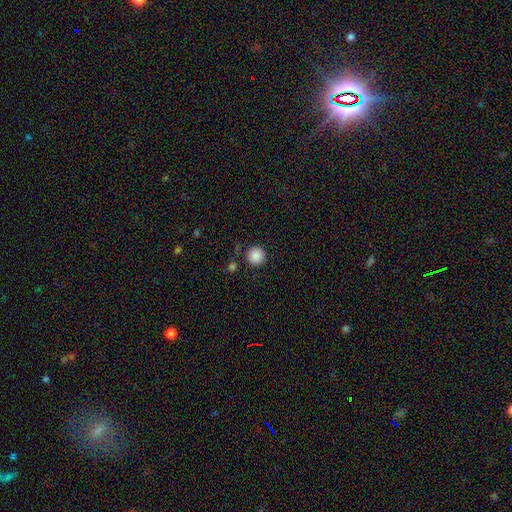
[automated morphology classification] This is clearly a smooth galaxy (88%). How rounded: clearly round (96%). Merging: clearly none (87%).